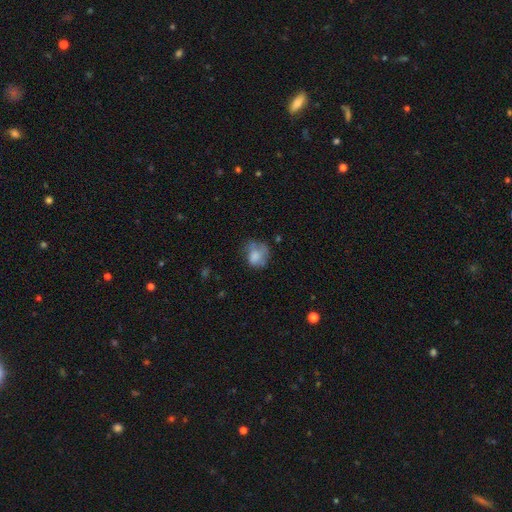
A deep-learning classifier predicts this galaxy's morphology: A smooth galaxy with no disk features (68%) that is round (63%).

Vote fractions:
- Smooth or featured? smooth: 68% / featured or disk: 22% / star or artifact: 10%
- How rounded? round: 63% / in between: 36% / cigar-shaped: 1%
- Merging? none: 45% / minor disturbance: 30% / major disturbance: 22% / merger: 4%